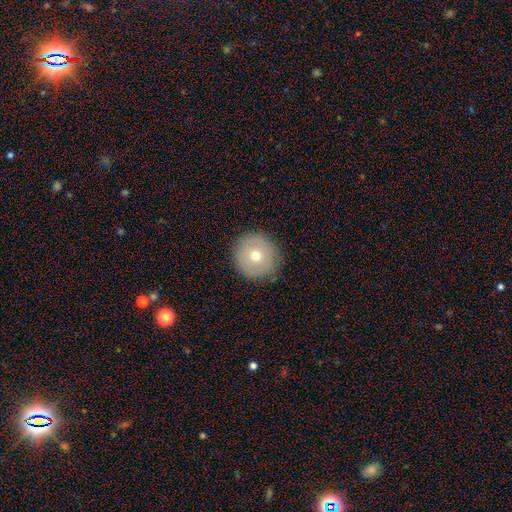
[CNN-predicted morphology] Smooth or featured? smooth (66%)
How rounded? round (95%)
Merging? none (89%)